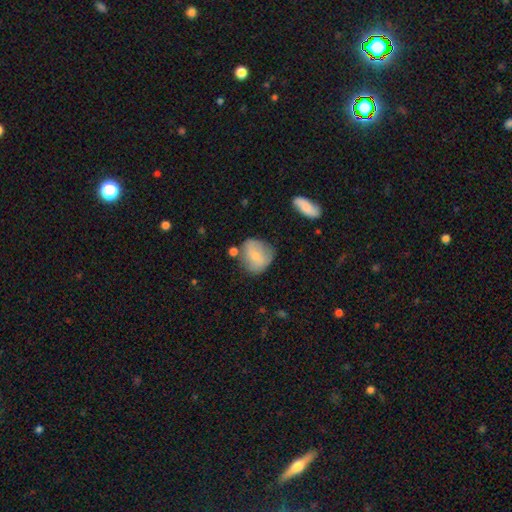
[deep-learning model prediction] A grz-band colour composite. It shows a smooth galaxy with no disk features (66%) that is round (71%). Merging: none (58%).